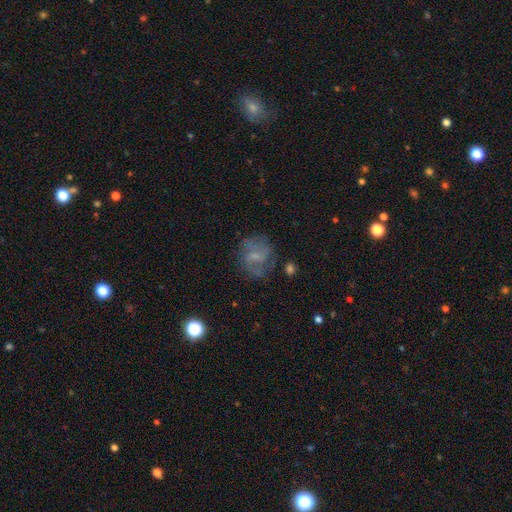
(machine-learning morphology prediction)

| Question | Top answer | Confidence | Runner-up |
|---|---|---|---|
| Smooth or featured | featured or disk | 56% | smooth (33%) |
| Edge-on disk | no | 97% | yes (3%) |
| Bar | weak | 49% | no (39%) |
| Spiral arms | yes | 72% | no (28%) |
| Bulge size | small | 51% | none (27%) |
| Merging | none | 61% | minor disturbance (21%) |